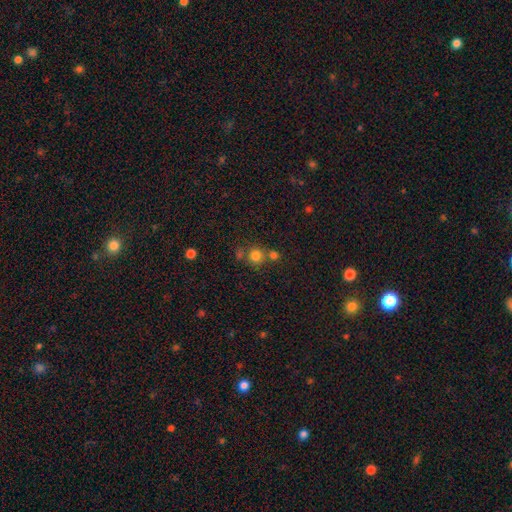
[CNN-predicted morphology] Smooth or featured? smooth (78%)
How rounded? round (91%)
Merging? none (65%)